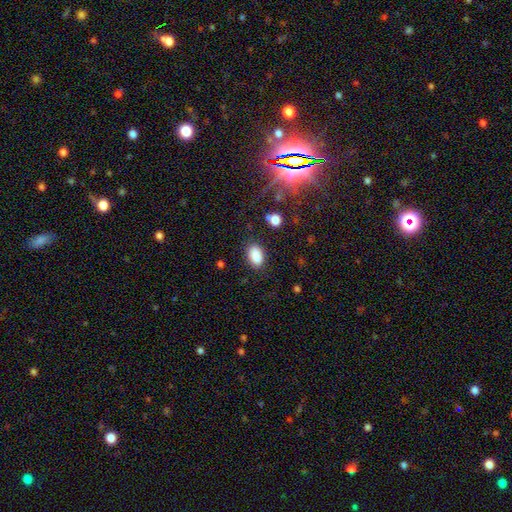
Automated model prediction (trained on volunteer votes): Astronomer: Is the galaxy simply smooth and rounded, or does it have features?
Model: smooth — 88%.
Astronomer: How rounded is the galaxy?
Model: in between — 90%.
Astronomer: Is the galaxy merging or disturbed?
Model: none — 84%.